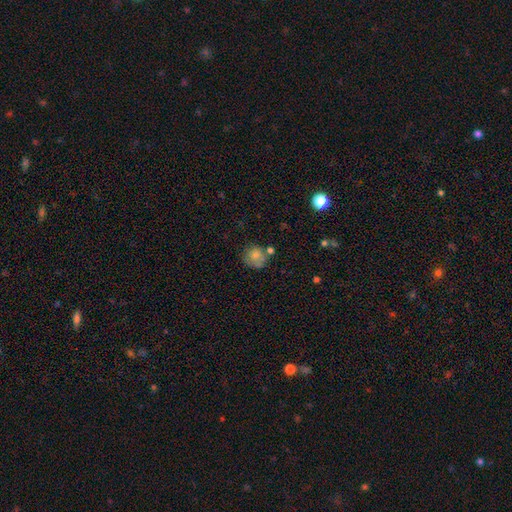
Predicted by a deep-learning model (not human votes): Smooth or featured: smooth — 75% (featured or disk — 16%)
How rounded: round — 85% (in between — 14%)
Merging: none — 57% (minor disturbance — 22%)